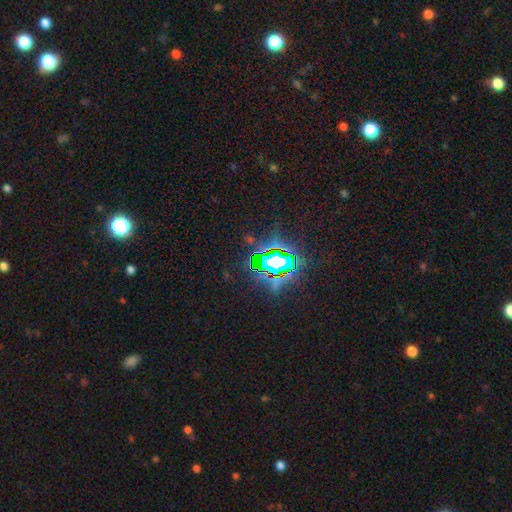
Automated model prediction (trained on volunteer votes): This is clearly a star or artifact rather than a galaxy (80%).